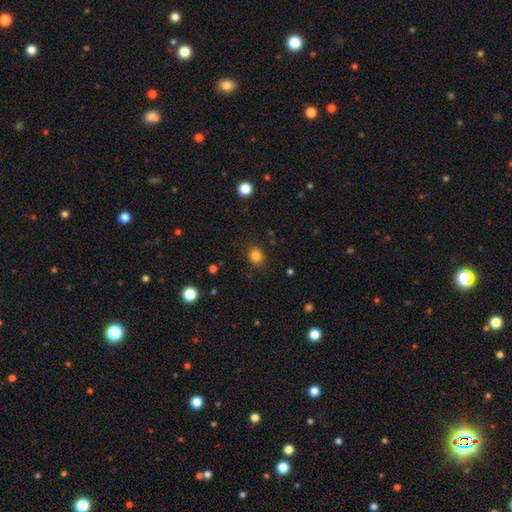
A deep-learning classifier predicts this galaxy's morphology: Smooth or featured? smooth (83%)
How rounded? round (77%)
Merging? none (86%)